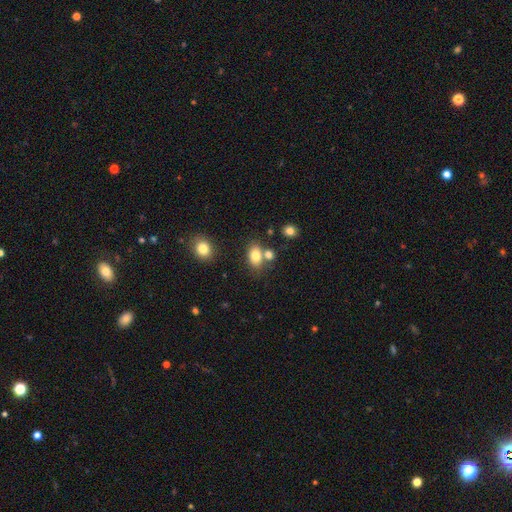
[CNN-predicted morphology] smooth_or_featured: smooth (p=0.80) [alt: featured or disk p=0.10]
how_rounded: in between (p=0.80) [alt: round p=0.19]
merging: none (p=0.59) [alt: merger p=0.25]